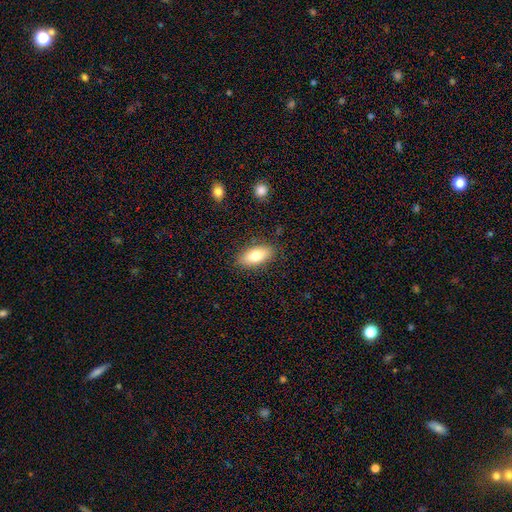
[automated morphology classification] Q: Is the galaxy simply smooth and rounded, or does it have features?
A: smooth — 78%.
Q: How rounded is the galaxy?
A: in between — 83%.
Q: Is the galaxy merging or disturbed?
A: none — 85%.